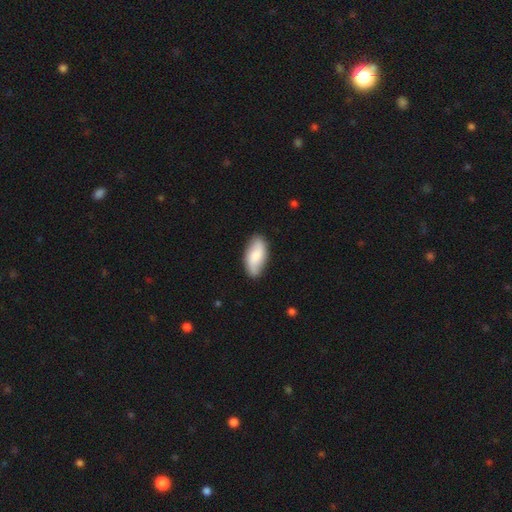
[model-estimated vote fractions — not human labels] smooth_or_featured: smooth (p=0.66) [alt: featured or disk p=0.28]
how_rounded: in between (p=0.91) [alt: cigar-shaped p=0.07]
merging: none (p=0.83) [alt: minor disturbance p=0.13]